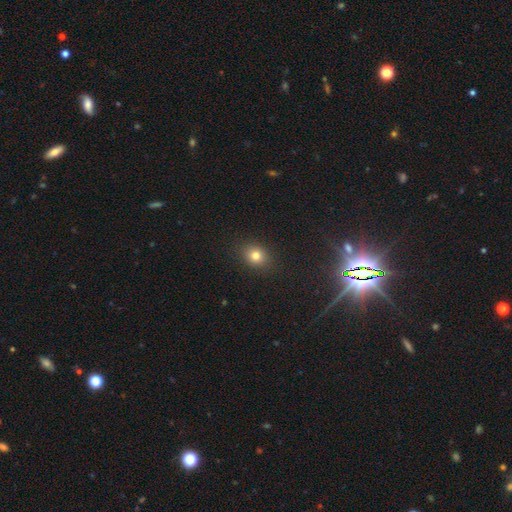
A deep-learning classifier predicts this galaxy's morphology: A smooth galaxy with no disk features (79%) that is round (59%). Merging: none (88%).